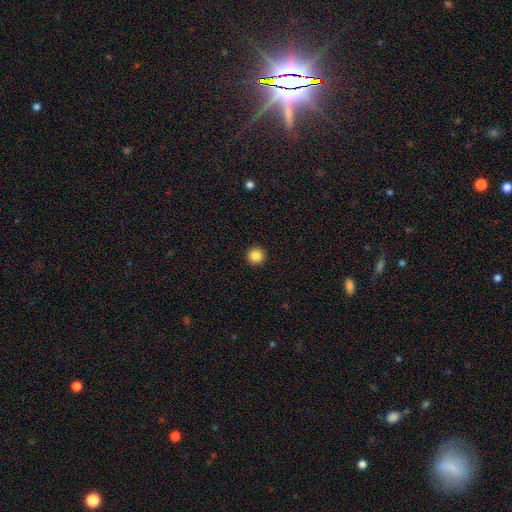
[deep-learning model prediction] This appears to be a smooth galaxy with no disk features (86%) that is round (96%). Merging: none (93%).